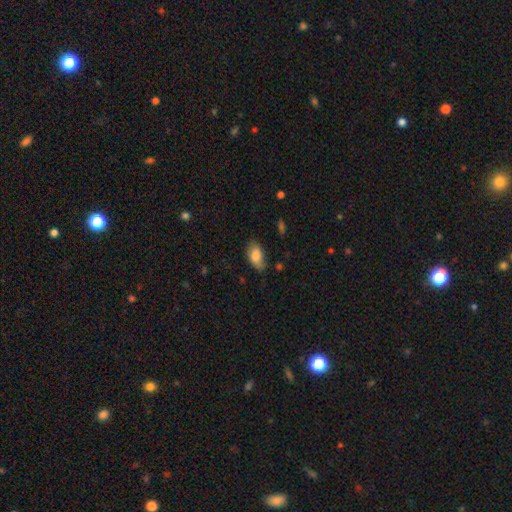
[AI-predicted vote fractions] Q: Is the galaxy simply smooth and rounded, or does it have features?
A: smooth — 81%.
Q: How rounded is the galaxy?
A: in between — 92%.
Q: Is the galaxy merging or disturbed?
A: none — 66%.